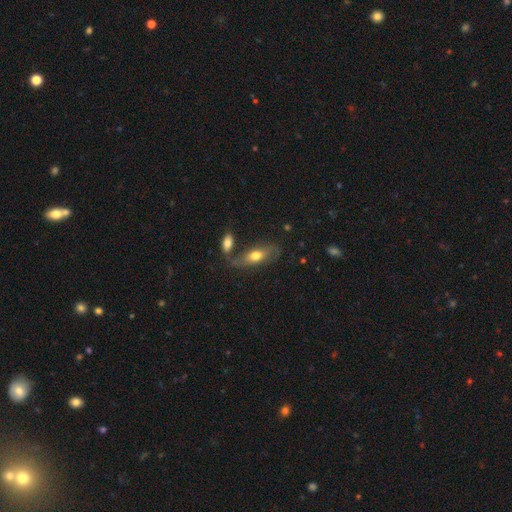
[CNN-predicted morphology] This appears to be a smooth galaxy with no disk features (54%) that is in between round and cigar-shaped (73%). Merging: none (61%).